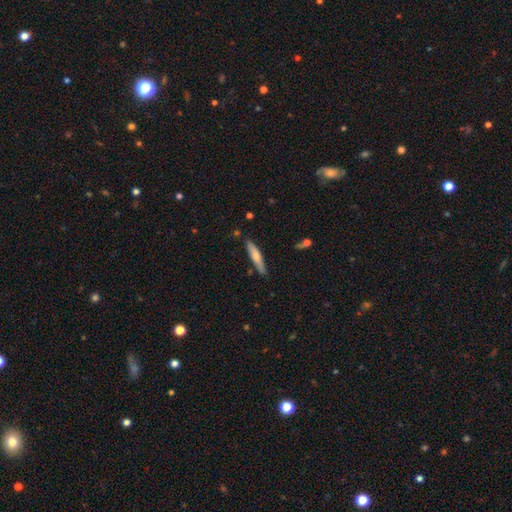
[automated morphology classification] Smooth or featured?
  - smooth: 62% *
  - featured or disk: 32%
  - star or artifact: 6%
How rounded?
  - cigar-shaped: 88% *
  - in between: 11%
  - round: 1%
Merging?
  - none: 83% *
  - minor disturbance: 12%
  - merger: 3%
  - major disturbance: 2%